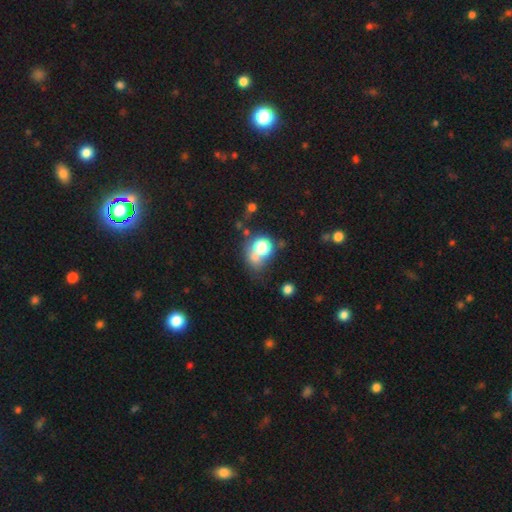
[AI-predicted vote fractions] smooth-or-featured: smooth: 70% | featured or disk: 17% | star or artifact: 13%
  how-rounded: round: 66% | in between: 33% | cigar-shaped: 1%
  merging: merger: 40% | none: 33% | minor disturbance: 14% | major disturbance: 13%